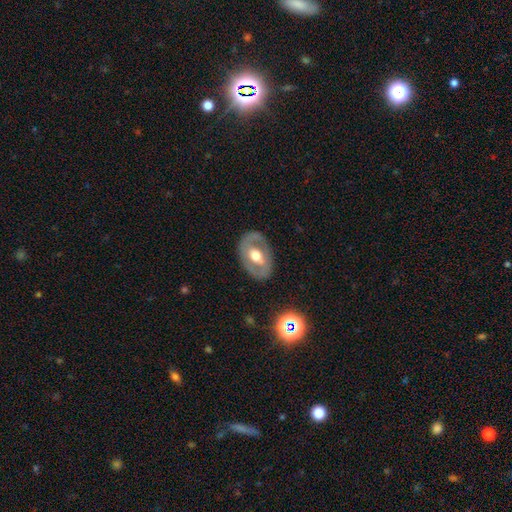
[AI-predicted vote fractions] Smooth or featured? Predicted: featured or disk (p=0.66). Edge-on disk? Predicted: no (p=0.93). Bar? Predicted: no (p=0.45). Spiral arms? Predicted: no (p=0.61). Bulge size? Predicted: moderate (p=0.70). Merging? Predicted: none (p=0.82).